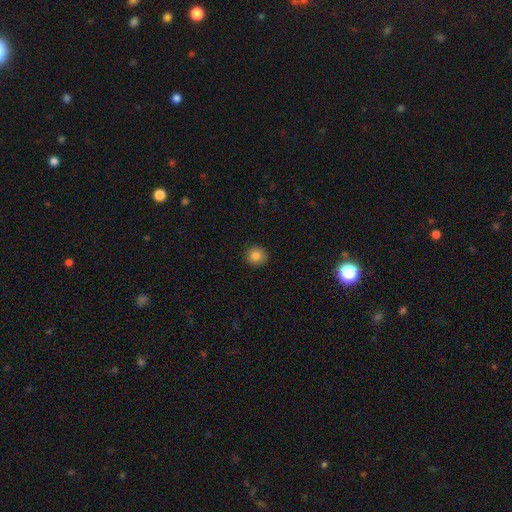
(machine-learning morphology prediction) The model was most divided on "smooth or featured": smooth: 83%, star or artifact: 10%, featured or disk: 7%. More confident: how rounded — round (92%); merging — none (91%).